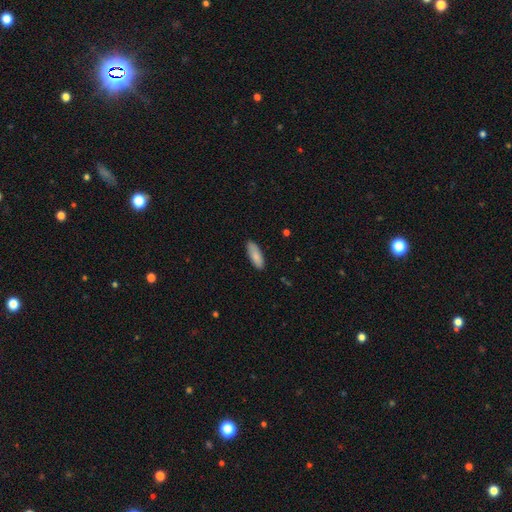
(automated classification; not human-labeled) Overall: smooth (87%). How rounded: in between (65%; cigar-shaped 34%). Merging: none (87%).